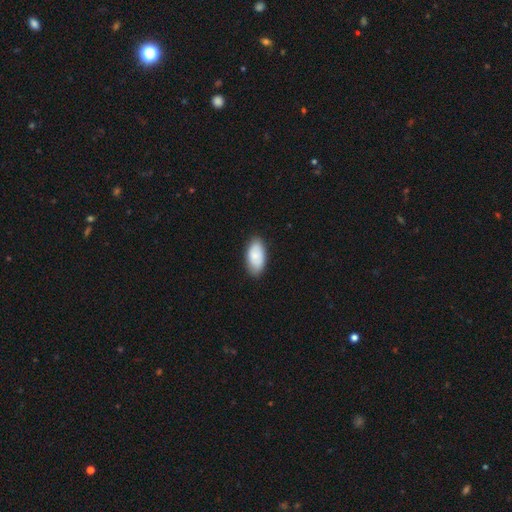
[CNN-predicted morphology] smooth 82%, featured or disk 12%, star or artifact 6%. Down the decision tree: how rounded — in between (95%); merging — none (84%).